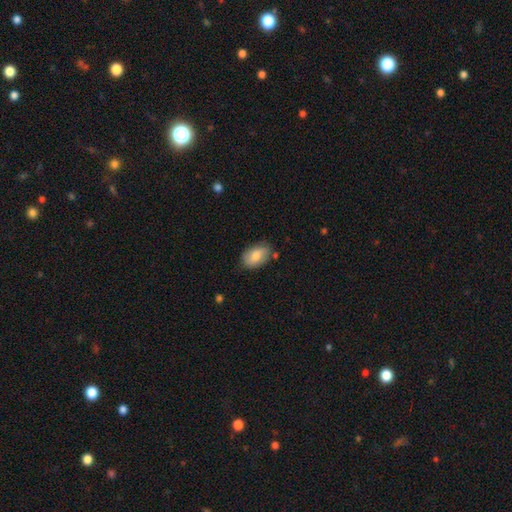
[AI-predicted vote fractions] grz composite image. It shows a smooth galaxy with no disk features (77%) that is in between round and cigar-shaped (90%). Merging: none (78%).